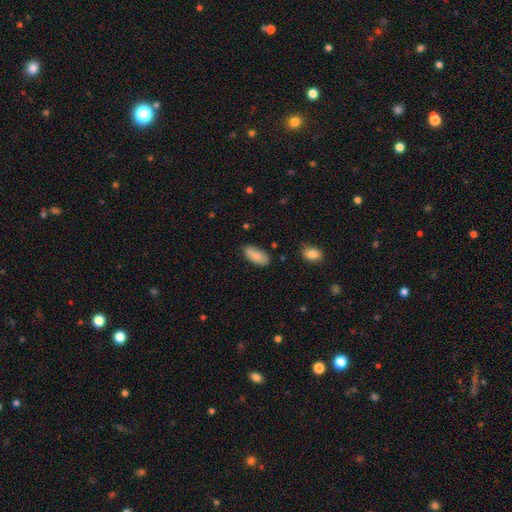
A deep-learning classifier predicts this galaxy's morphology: Smooth or featured? smooth (82%)
How rounded? in between (91%)
Merging? none (76%)